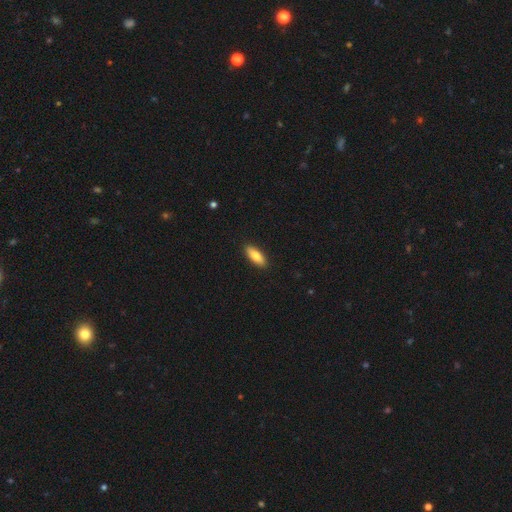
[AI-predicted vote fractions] Morphology: type=smooth (80%); roundness=in between (67%); merging=none (90%).